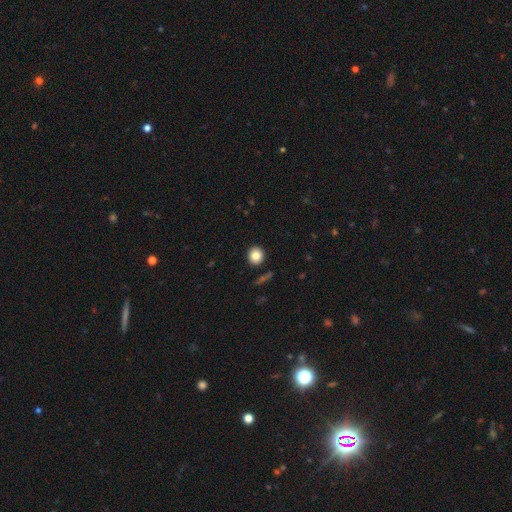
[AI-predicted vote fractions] smooth_or_featured: smooth (p=0.84) [alt: star or artifact p=0.09]
how_rounded: round (p=0.87) [alt: in between p=0.12]
merging: none (p=0.89) [alt: minor disturbance p=0.06]